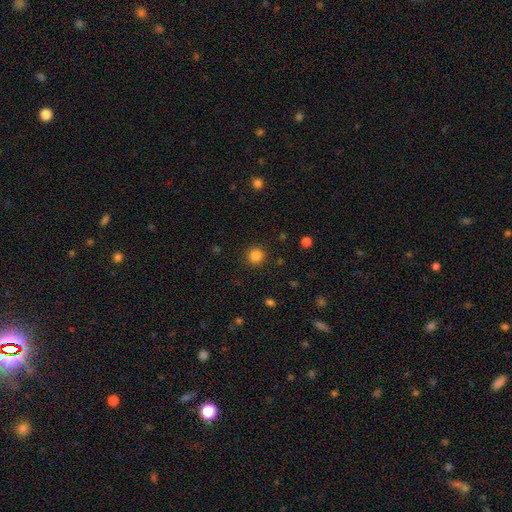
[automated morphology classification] The model was most divided on "smooth or featured": smooth: 84%, star or artifact: 12%, featured or disk: 4%. More confident: how rounded — round (94%); merging — none (91%).